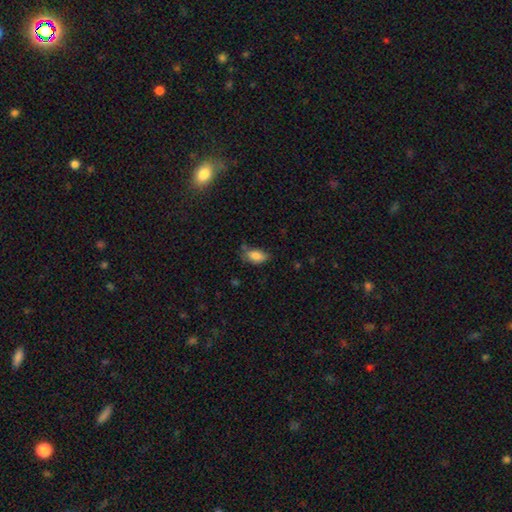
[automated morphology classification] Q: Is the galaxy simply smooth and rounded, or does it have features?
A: smooth — 84%.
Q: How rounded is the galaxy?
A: in between — 90%.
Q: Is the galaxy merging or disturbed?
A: none — 60%.